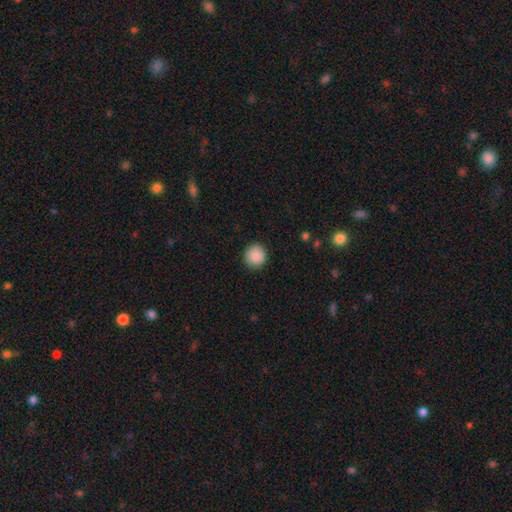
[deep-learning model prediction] Smooth or featured? smooth (89%)
How rounded? round (93%)
Merging? none (89%)